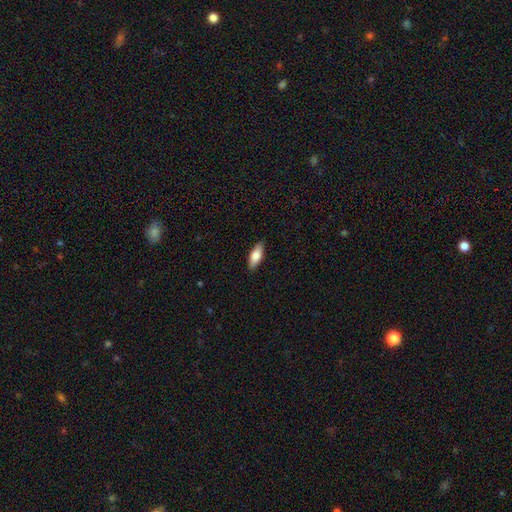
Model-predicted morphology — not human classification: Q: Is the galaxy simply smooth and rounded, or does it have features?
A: smooth — 73%.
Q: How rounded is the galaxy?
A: in between — 72%.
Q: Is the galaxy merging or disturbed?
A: none — 89%.